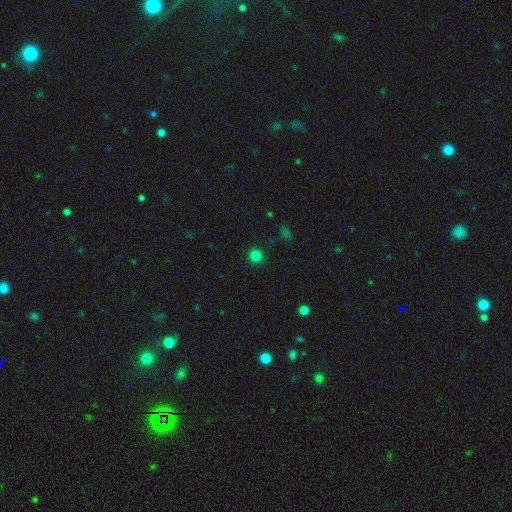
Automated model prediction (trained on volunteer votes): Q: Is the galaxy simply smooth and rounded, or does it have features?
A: smooth — 81%.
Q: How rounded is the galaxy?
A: round — 94%.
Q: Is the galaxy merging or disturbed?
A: none — 91%.